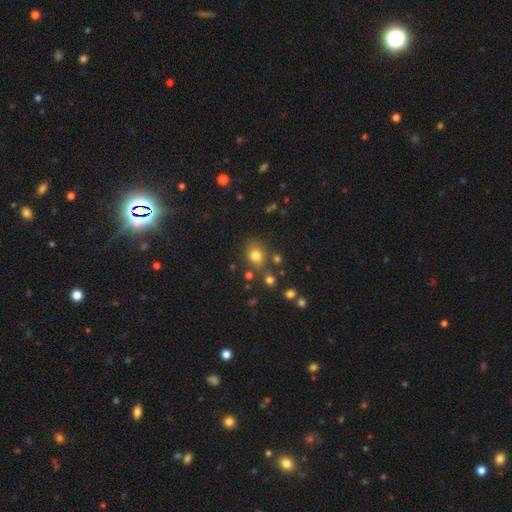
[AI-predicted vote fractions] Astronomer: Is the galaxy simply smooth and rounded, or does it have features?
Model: smooth — 78%.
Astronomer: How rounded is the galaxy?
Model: round — 64%.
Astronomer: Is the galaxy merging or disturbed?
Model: none — 71%.